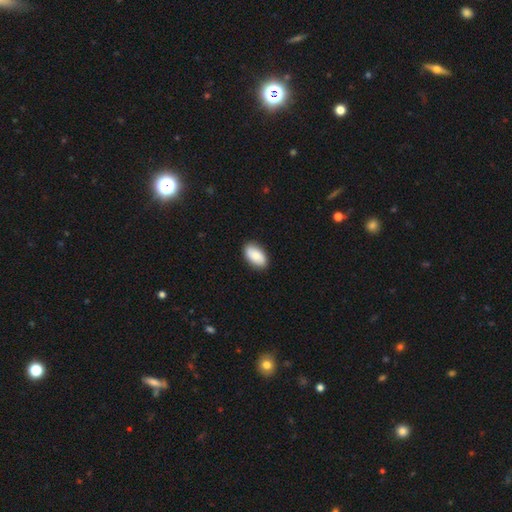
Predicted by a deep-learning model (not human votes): A smooth galaxy with no disk features (80%) that is in between round and cigar-shaped (94%).

Vote fractions:
- Smooth or featured? smooth: 80% / featured or disk: 14% / star or artifact: 6%
- How rounded? in between: 94% / round: 4% / cigar-shaped: 2%
- Merging? none: 88% / minor disturbance: 9% / major disturbance: 2% / merger: 1%